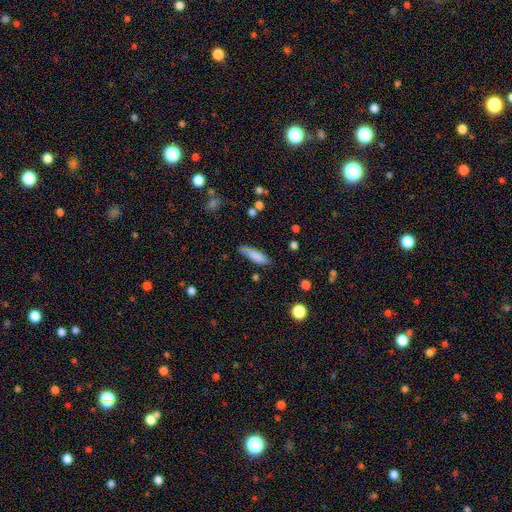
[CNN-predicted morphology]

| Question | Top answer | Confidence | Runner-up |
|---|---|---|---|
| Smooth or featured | smooth | 83% | featured or disk (10%) |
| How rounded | cigar-shaped | 55% | in between (43%) |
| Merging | none | 75% | minor disturbance (19%) |